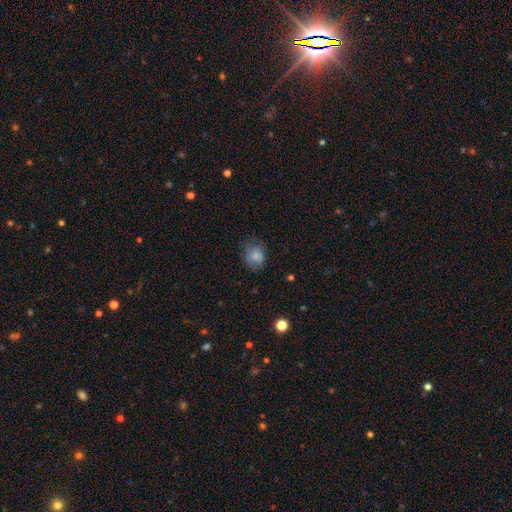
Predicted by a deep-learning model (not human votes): Morphology: type=smooth (80%); roundness=round (57%); merging=none (59%).